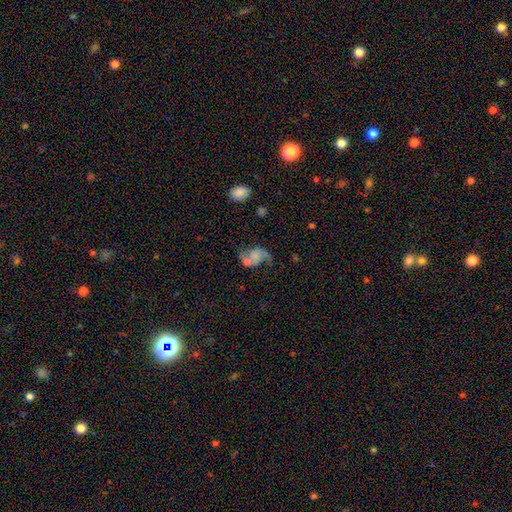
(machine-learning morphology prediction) Q: Smooth or featured?
A: featured or disk (59%); runner-up: smooth (30%)
Q: Edge-on disk?
A: no (98%); runner-up: yes (2%)
Q: Bar?
A: no (72%); runner-up: weak (23%)
Q: Spiral arms?
A: yes (85%); runner-up: no (15%)
Q: Bulge size?
A: none (47%); runner-up: small (25%)
Q: Merging?
A: none (37%); runner-up: merger (22%)